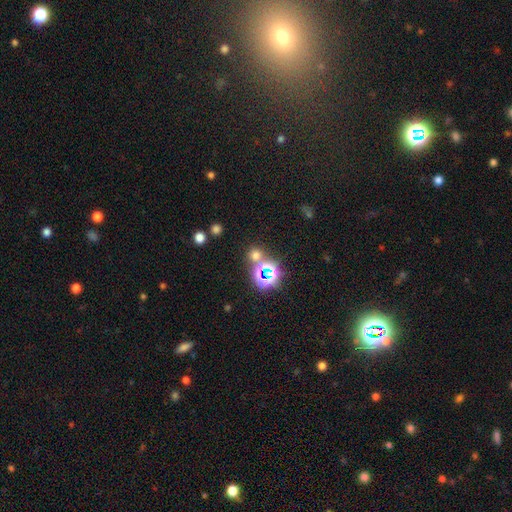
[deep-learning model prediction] Smooth or featured? Predicted: smooth (p=0.53). How rounded? Predicted: round (p=0.87). Merging? Predicted: none (p=0.72).